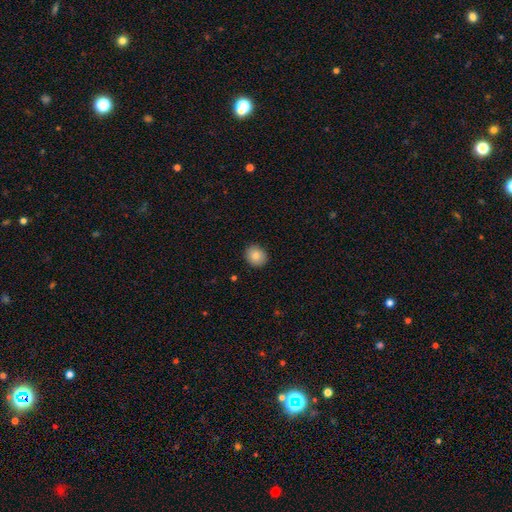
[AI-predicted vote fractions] Smooth or featured?
  - smooth: 84% *
  - star or artifact: 9%
  - featured or disk: 7%
How rounded?
  - round: 80% *
  - in between: 19%
  - cigar-shaped: 1%
Merging?
  - none: 91% *
  - minor disturbance: 7%
  - major disturbance: 2%
  - merger: 1%